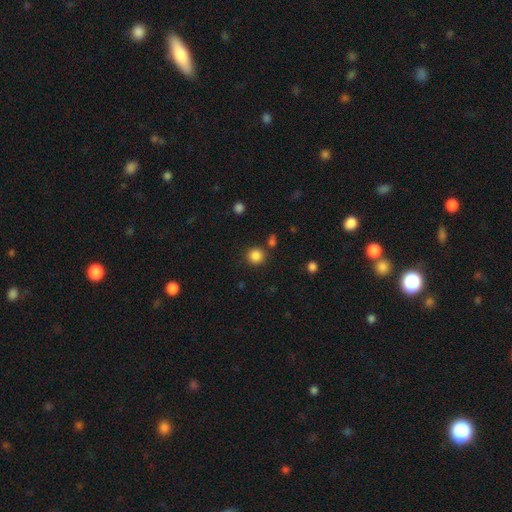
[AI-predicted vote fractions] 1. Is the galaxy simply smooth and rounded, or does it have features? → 86% smooth, 11% star or artifact, 3% featured or disk.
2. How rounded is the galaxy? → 92% round, 7% in between, 1% cigar-shaped.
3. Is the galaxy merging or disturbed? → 84% none, 8% minor disturbance, 5% merger, 3% major disturbance.